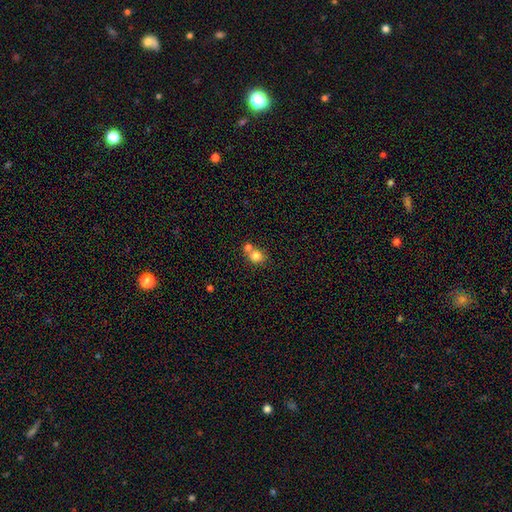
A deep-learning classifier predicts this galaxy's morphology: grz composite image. It shows a smooth galaxy with no disk features (80%) that is round (81%). Merging: none (47%).